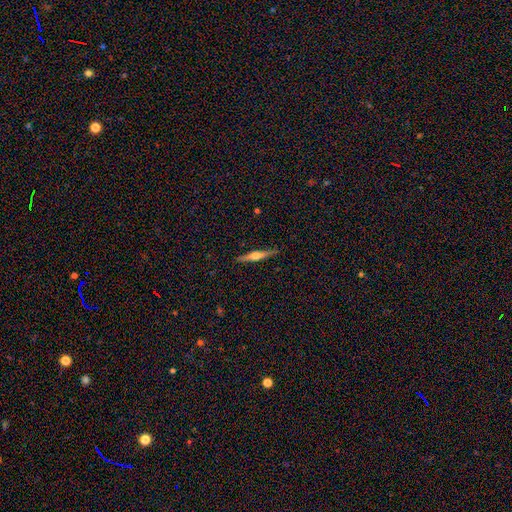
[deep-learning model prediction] Smooth or featured: featured or disk — 68% (smooth — 26%)
Edge-on disk: yes — 98% (no — 2%)
Edge-on bulge: rounded — 89% (boxy — 6%)
Merging: none — 89% (minor disturbance — 8%)